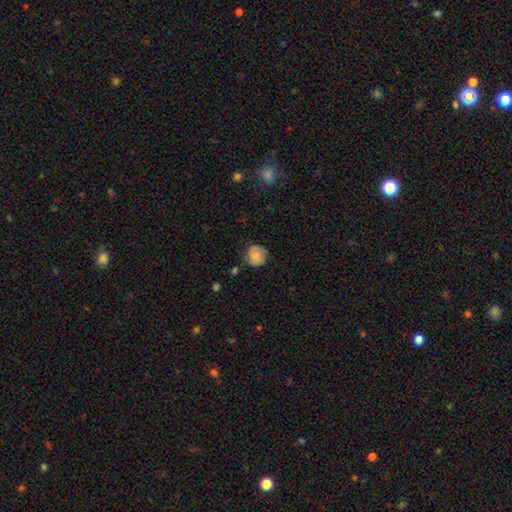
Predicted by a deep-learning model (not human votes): The model was most divided on "smooth or featured": featured or disk: 48%, smooth: 44%, star or artifact: 8%. More confident: merging — none (72%).